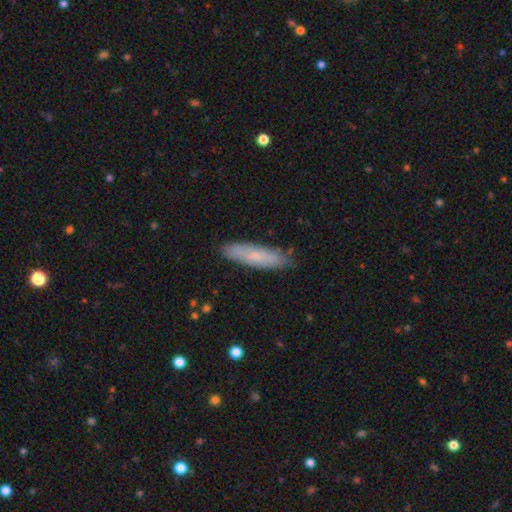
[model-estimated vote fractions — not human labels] Q: Smooth or featured?
A: smooth (67%); runner-up: featured or disk (26%)
Q: How rounded?
A: cigar-shaped (72%); runner-up: in between (26%)
Q: Merging?
A: none (84%); runner-up: minor disturbance (13%)